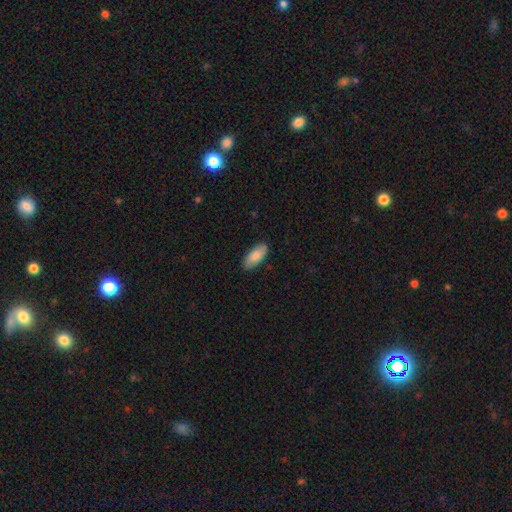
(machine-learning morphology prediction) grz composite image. It shows a smooth galaxy with no disk features (86%) that is in between round and cigar-shaped (85%). Merging: none (87%).